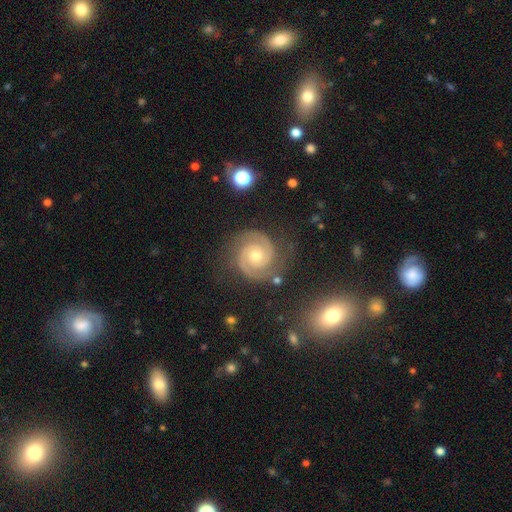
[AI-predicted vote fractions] A featured or disk galaxy (91%) with no bar (73%), 2 (92%) tight (67%) spiral arms (99%) and a moderate central bulge (56%). Merging: none (84%).